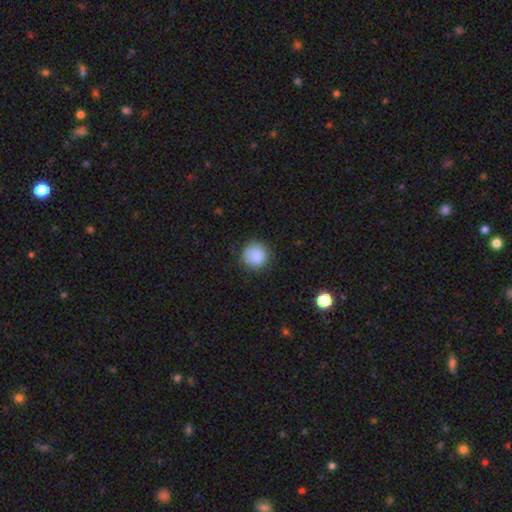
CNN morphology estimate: A smooth galaxy with no disk features (87%) that is round (93%). Merging: none (84%).